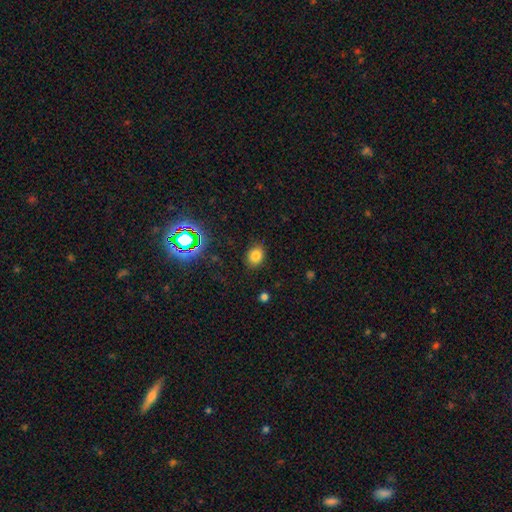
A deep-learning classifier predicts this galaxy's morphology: Smooth or featured? smooth (78%)
How rounded? round (52%)
Merging? none (87%)